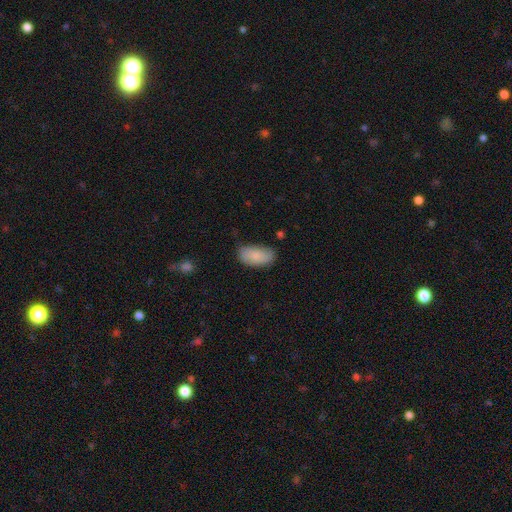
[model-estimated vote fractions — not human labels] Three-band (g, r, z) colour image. It shows a smooth galaxy with no disk features (85%) that is in between round and cigar-shaped (94%). Merging: none (73%).